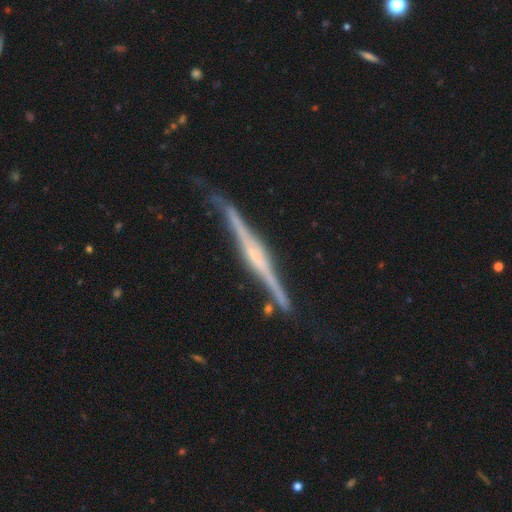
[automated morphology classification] A featured or disk galaxy (84%) viewed edge-on (98%) with a rounded central bulge (47%). Merging: none (79%).